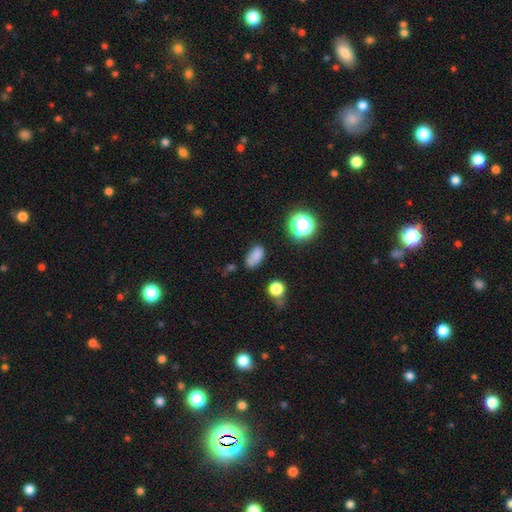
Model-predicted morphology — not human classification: Smooth or featured? smooth (76%)
How rounded? in between (87%)
Merging? none (62%)